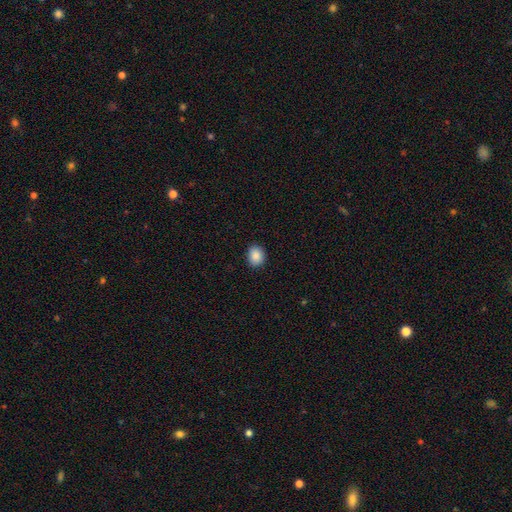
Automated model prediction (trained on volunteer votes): This is clearly a smooth galaxy (89%). How rounded: possibly round (51%). Merging: clearly none (89%).